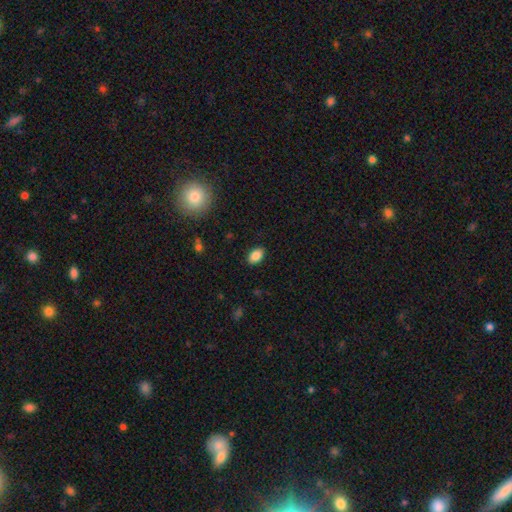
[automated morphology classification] Smooth or featured: smooth — 86% (star or artifact — 8%)
How rounded: in between — 89% (round — 10%)
Merging: none — 88% (minor disturbance — 8%)